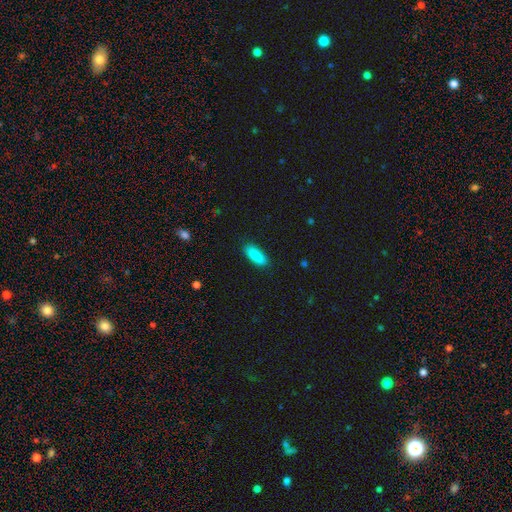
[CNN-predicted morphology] A smooth galaxy with no disk features (90%) that is in between round and cigar-shaped (71%). Merging: none (89%).